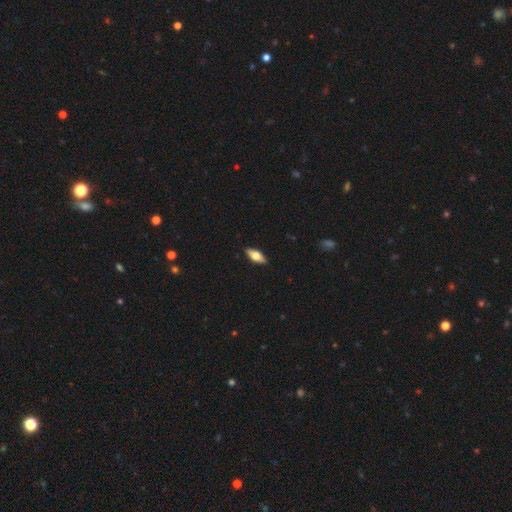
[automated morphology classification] A smooth galaxy with no disk features (58%) that is in between round and cigar-shaped (74%). Merging: none (90%).